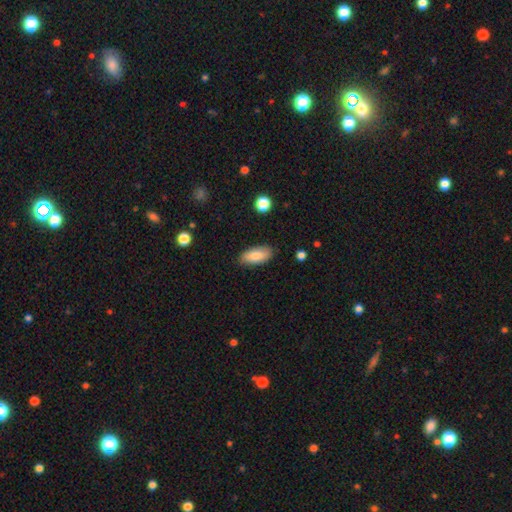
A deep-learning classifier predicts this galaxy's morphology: type=smooth (80%); roundness=in between (86%); merging=none (86%).